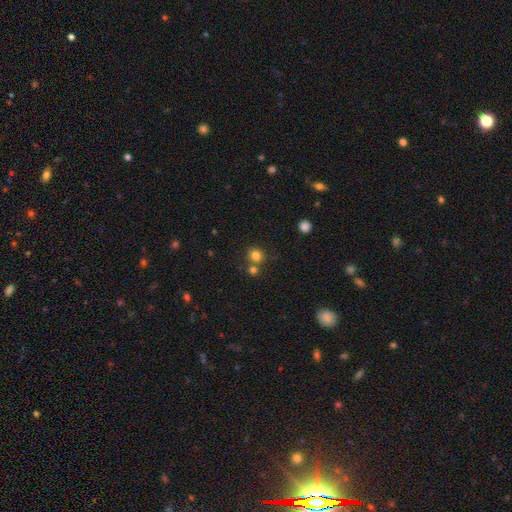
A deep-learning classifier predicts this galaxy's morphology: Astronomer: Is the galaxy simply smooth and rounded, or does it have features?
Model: smooth — 80%.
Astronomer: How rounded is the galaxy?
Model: round — 88%.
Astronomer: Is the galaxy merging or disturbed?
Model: none — 68%.